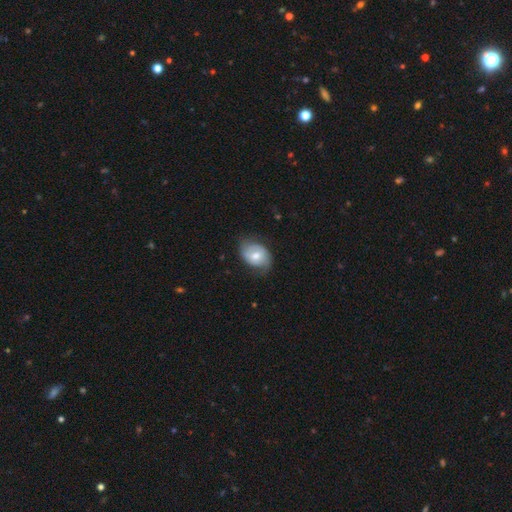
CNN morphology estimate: type=smooth (49%); merging=none (64%).